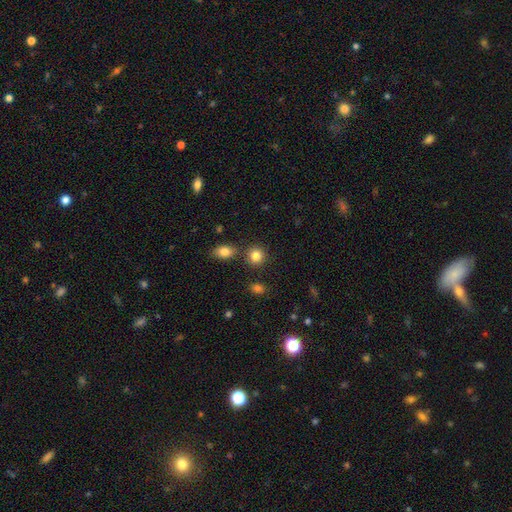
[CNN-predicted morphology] This appears to be a smooth galaxy with no disk features (84%) that is round (86%). Merging: none (80%).